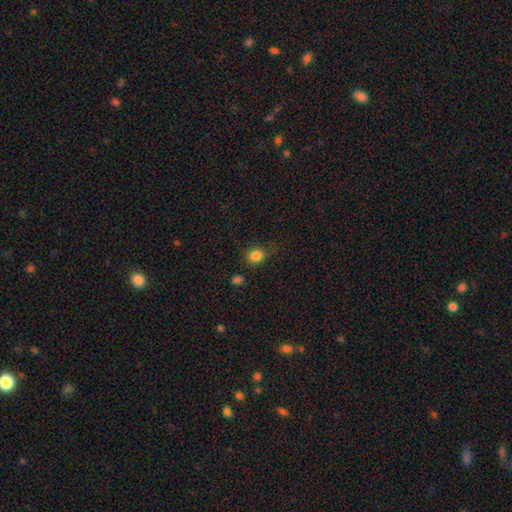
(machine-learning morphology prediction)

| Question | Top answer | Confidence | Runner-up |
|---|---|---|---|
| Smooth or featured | smooth | 83% | star or artifact (12%) |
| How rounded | round | 76% | in between (23%) |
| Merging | none | 73% | minor disturbance (18%) |